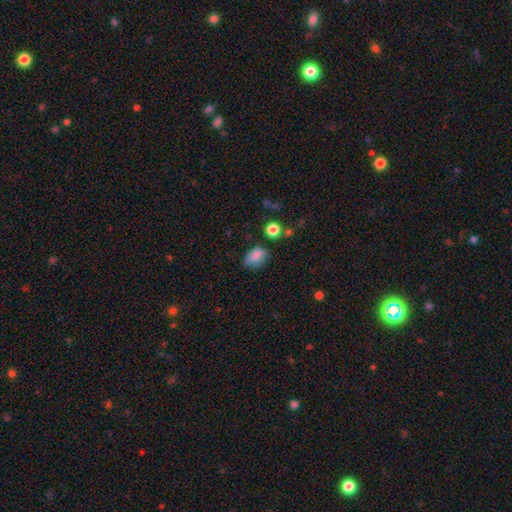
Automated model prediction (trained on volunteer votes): Overall: smooth (81%). How rounded: in between (81%). Merging: none (52%; minor disturbance 34%).